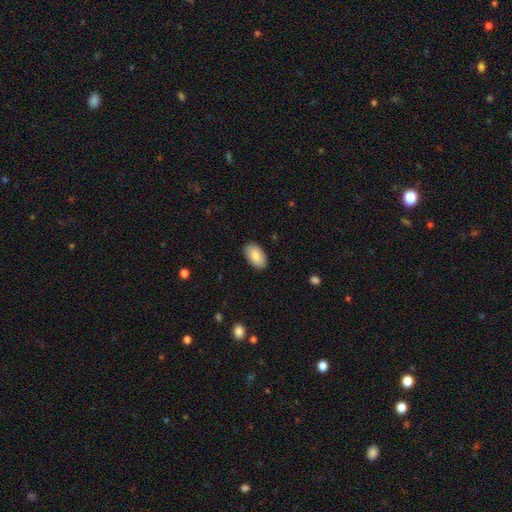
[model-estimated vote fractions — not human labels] Smooth or featured?
  - smooth: 85% *
  - featured or disk: 9%
  - star or artifact: 6%
How rounded?
  - in between: 95% *
  - round: 4%
  - cigar-shaped: 1%
Merging?
  - none: 88% *
  - minor disturbance: 9%
  - major disturbance: 2%
  - merger: 1%